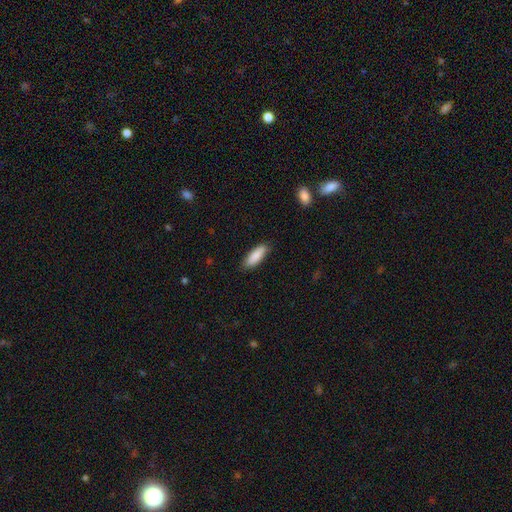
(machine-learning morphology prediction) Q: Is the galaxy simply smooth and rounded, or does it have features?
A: smooth — 87%.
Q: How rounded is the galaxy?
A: in between — 63%.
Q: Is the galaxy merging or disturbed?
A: none — 85%.